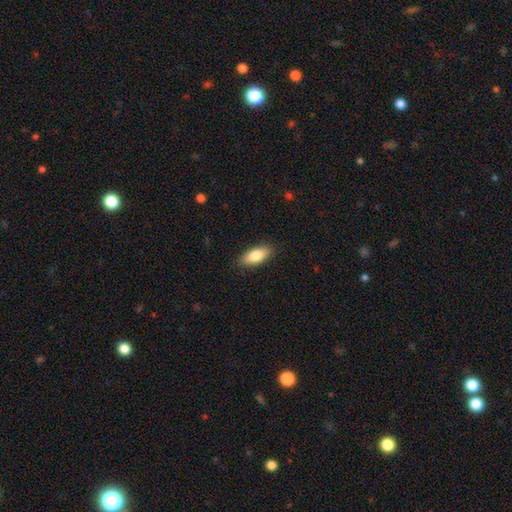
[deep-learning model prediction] A smooth galaxy with no disk features (83%) that is in between round and cigar-shaped (82%).

Vote fractions:
- Smooth or featured? smooth: 83% / featured or disk: 11% / star or artifact: 6%
- How rounded? in between: 82% / cigar-shaped: 16% / round: 2%
- Merging? none: 87% / minor disturbance: 10% / major disturbance: 2% / merger: 1%